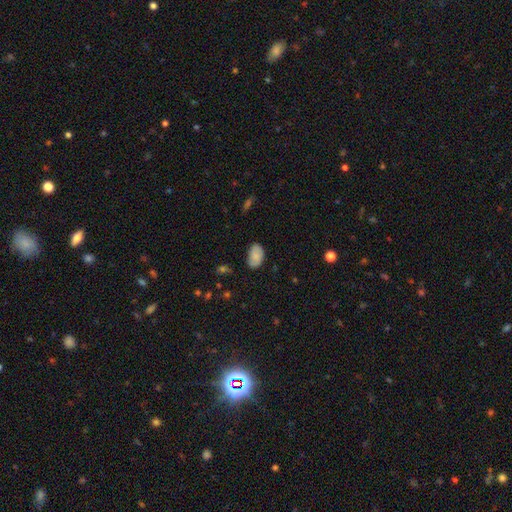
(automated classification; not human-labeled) This appears to be a smooth galaxy with no disk features (79%) that is in between round and cigar-shaped (92%). Merging: none (75%).